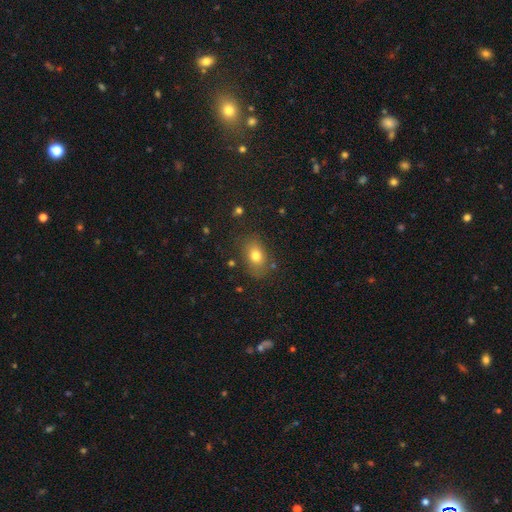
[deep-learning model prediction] A smooth galaxy with no disk features (77%) that is in between round and cigar-shaped (77%).

Vote fractions:
- Smooth or featured? smooth: 77% / featured or disk: 12% / star or artifact: 11%
- How rounded? in between: 77% / round: 21% / cigar-shaped: 2%
- Merging? none: 78% / minor disturbance: 15% / major disturbance: 5% / merger: 3%